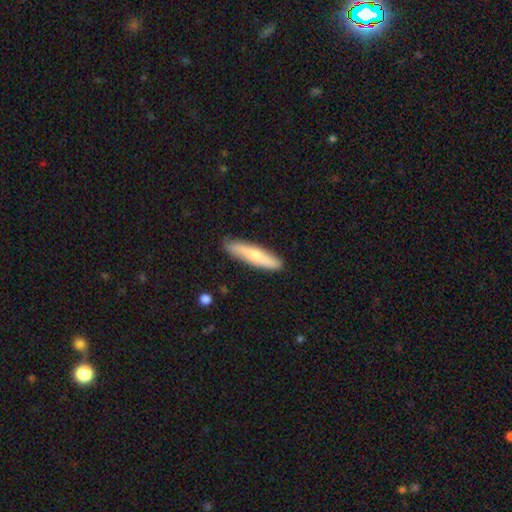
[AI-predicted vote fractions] Overall: smooth (68%). How rounded: cigar-shaped (85%). Merging: none (85%).